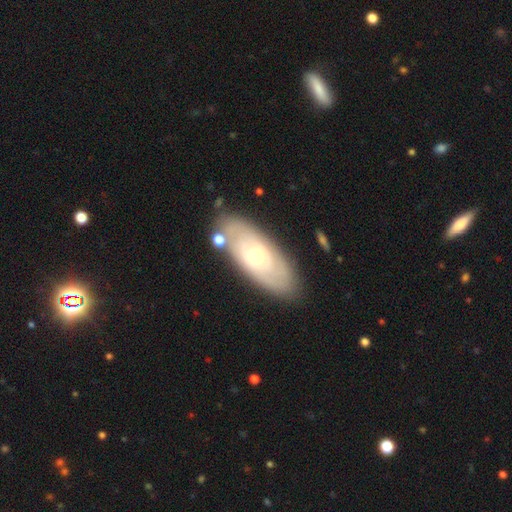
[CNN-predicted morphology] A featured or disk galaxy (59%) with no bar (78%), spiral arms (63%) and a small central bulge (52%). Merging: none (78%).